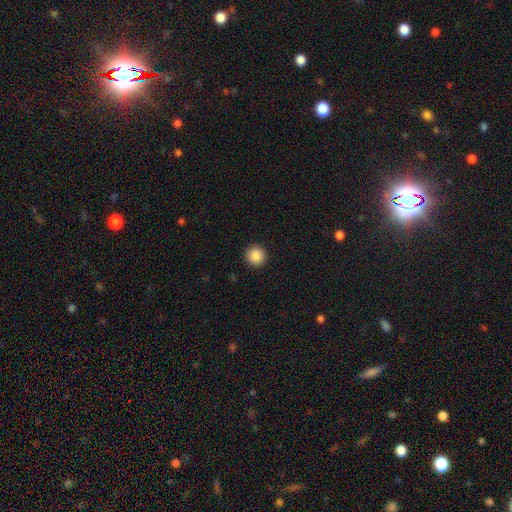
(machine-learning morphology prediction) Smooth or featured? Predicted: smooth (p=0.87). How rounded? Predicted: round (p=0.96). Merging? Predicted: none (p=0.93).